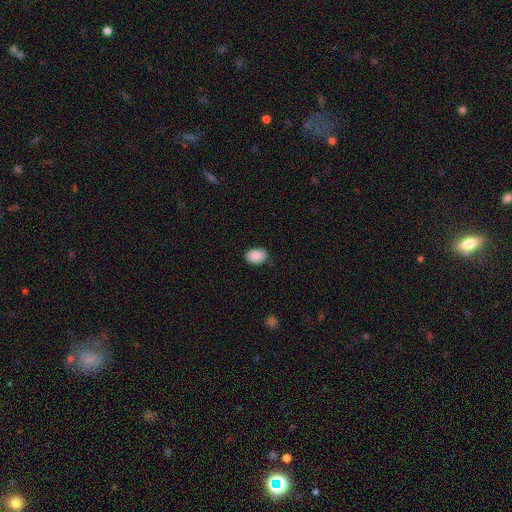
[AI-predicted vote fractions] A smooth galaxy with no disk features (89%) that is in between round and cigar-shaped (82%). Merging: none (82%).